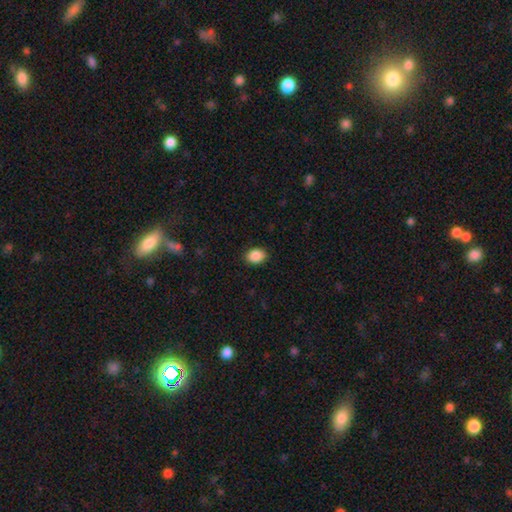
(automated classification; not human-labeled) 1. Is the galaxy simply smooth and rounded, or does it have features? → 89% smooth, 8% star or artifact, 3% featured or disk.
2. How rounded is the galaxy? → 66% in between, 33% round, 1% cigar-shaped.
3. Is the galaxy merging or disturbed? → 89% none, 8% minor disturbance, 2% major disturbance, 1% merger.